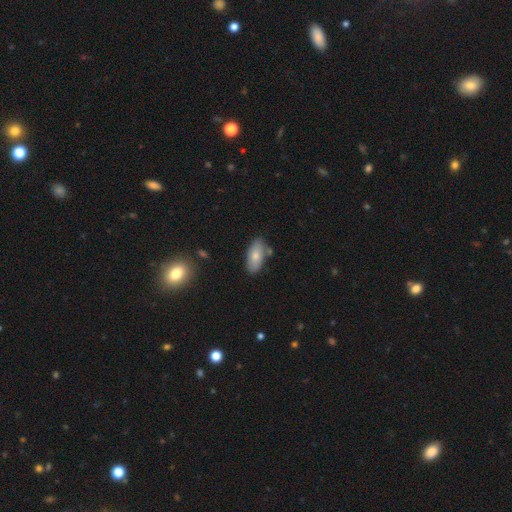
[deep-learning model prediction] Overall: smooth (77%). How rounded: in between (91%). Merging: none (76%).